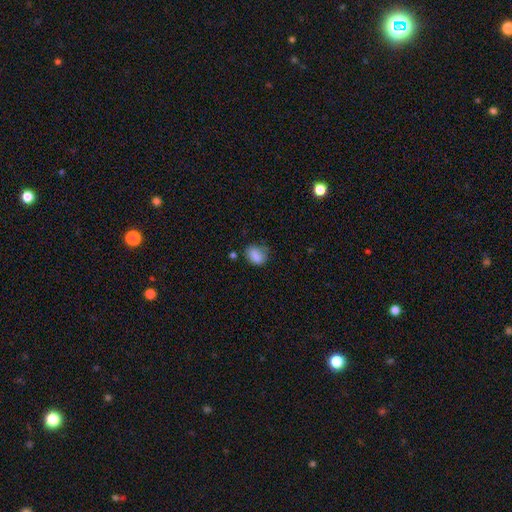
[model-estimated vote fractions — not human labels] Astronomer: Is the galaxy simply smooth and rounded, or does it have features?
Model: smooth — 85%.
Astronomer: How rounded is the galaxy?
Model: in between — 71%.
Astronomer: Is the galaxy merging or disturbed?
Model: none — 59%.